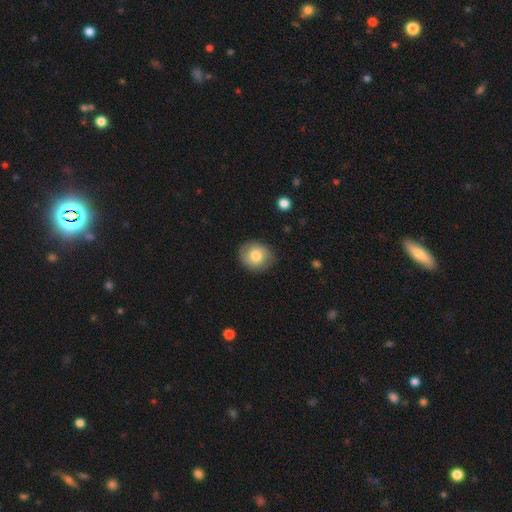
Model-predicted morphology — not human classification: Q: Smooth or featured?
A: smooth (76%); runner-up: featured or disk (16%)
Q: How rounded?
A: round (76%); runner-up: in between (23%)
Q: Merging?
A: none (85%); runner-up: minor disturbance (11%)